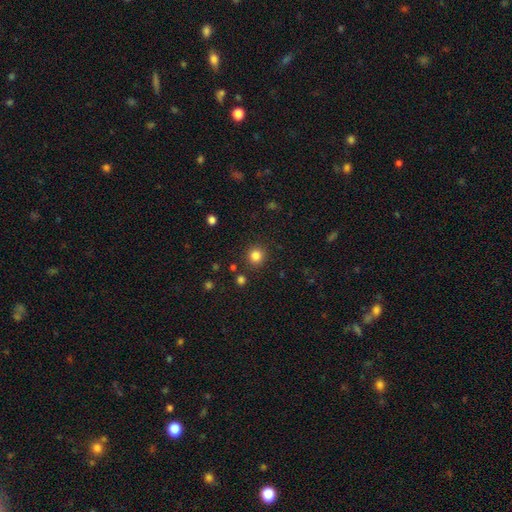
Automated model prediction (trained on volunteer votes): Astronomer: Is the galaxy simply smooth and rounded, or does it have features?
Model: smooth — 83%.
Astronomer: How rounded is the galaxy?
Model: round — 92%.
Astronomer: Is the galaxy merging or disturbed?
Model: none — 88%.